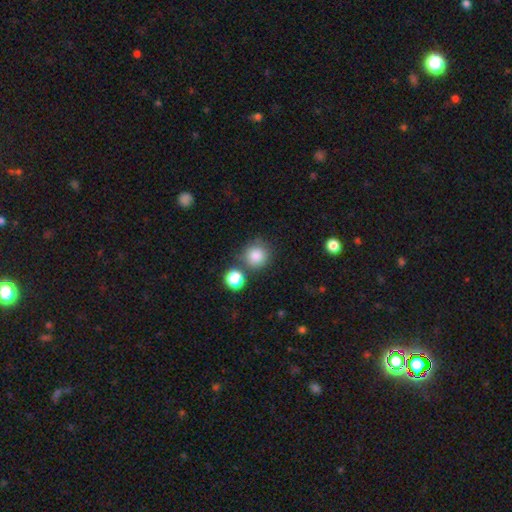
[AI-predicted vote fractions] smooth 84%, star or artifact 10%, featured or disk 5%. Down the decision tree: how rounded — round (92%); merging — none (74%).